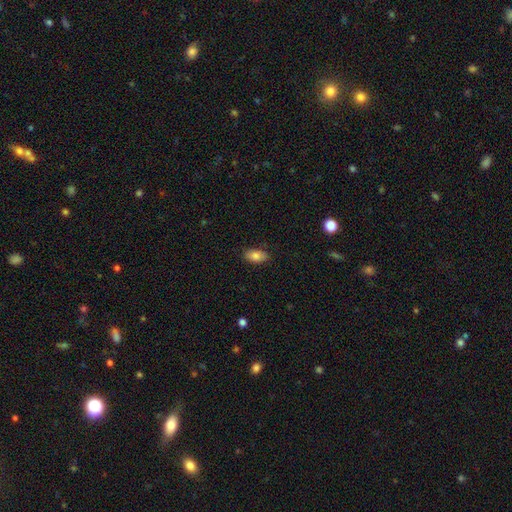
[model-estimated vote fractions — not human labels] smooth-or-featured: smooth: 83% | featured or disk: 10% | star or artifact: 8%
  how-rounded: in between: 91% | cigar-shaped: 4% | round: 4%
  merging: none: 85% | minor disturbance: 11% | major disturbance: 2% | merger: 1%